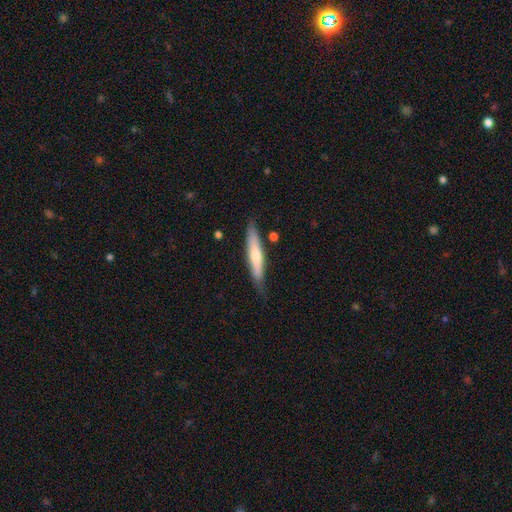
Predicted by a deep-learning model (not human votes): A smooth galaxy with no disk features (57%) that is cigar-shaped (86%).

Vote fractions:
- Smooth or featured? smooth: 57% / featured or disk: 38% / star or artifact: 5%
- How rounded? cigar-shaped: 86% / in between: 12% / round: 1%
- Merging? none: 78% / minor disturbance: 17% / major disturbance: 3% / merger: 2%